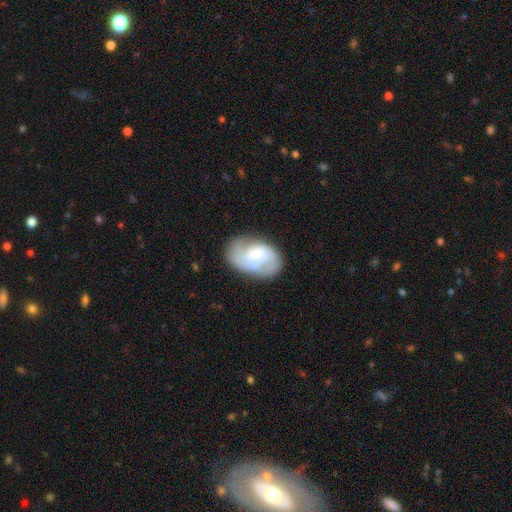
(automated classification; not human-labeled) This appears to be a featured or disk galaxy (51%). Merging: none (64%).